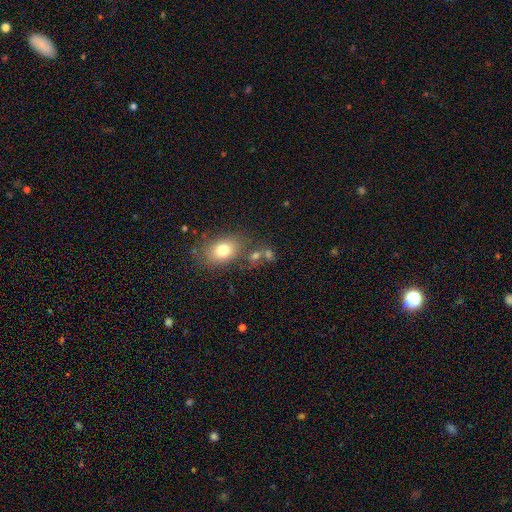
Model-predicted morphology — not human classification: smooth_or_featured: smooth (p=0.72) [alt: star or artifact p=0.14]
how_rounded: in between (p=0.56) [alt: round p=0.41]
merging: none (p=0.57) [alt: merger p=0.25]